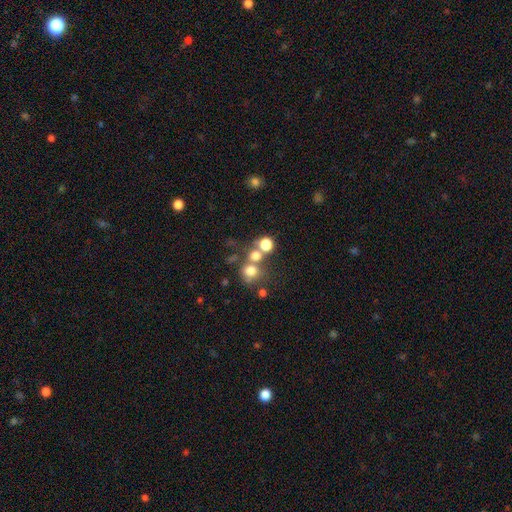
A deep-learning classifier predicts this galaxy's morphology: Q: Smooth or featured?
A: smooth (68%); runner-up: star or artifact (19%)
Q: How rounded?
A: round (83%); runner-up: in between (16%)
Q: Merging?
A: none (48%); runner-up: merger (38%)